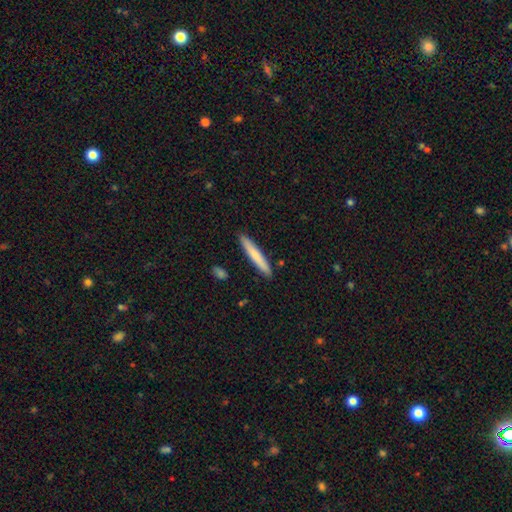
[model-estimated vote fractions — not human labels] Smooth or featured?
  - smooth: 74% *
  - featured or disk: 21%
  - star or artifact: 5%
How rounded?
  - cigar-shaped: 95% *
  - in between: 4%
  - round: 1%
Merging?
  - none: 91% *
  - minor disturbance: 7%
  - major disturbance: 1%
  - merger: 1%